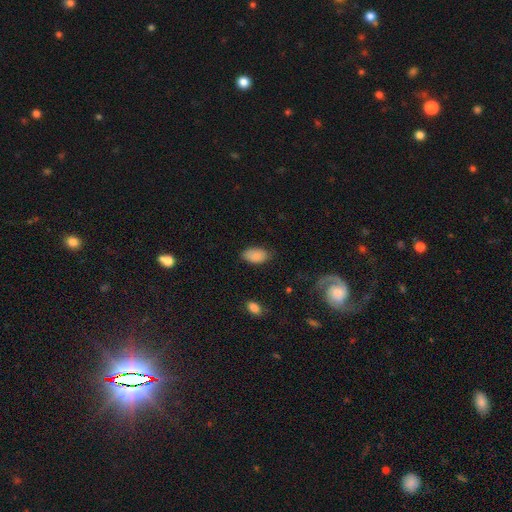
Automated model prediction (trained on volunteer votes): This appears to be a smooth galaxy with no disk features (87%) that is in between round and cigar-shaped (94%). Merging: none (75%).